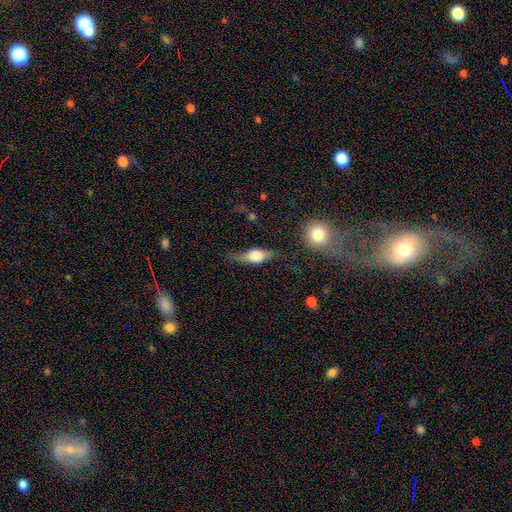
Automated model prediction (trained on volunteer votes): This appears to be a featured or disk galaxy (58%) viewed edge-on (84%). Merging: none (63%).